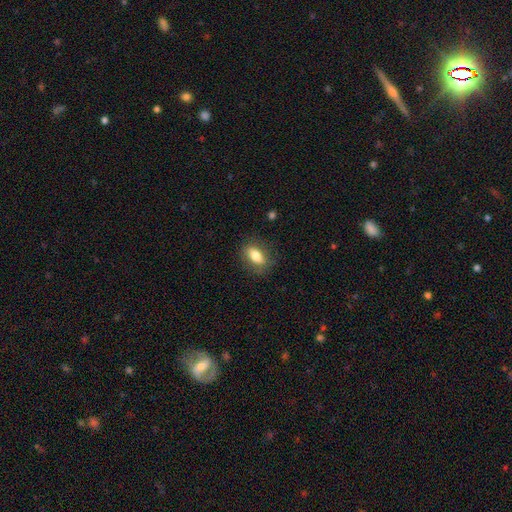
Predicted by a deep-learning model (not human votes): Morphology: type=smooth (77%); roundness=in between (82%); merging=none (82%).